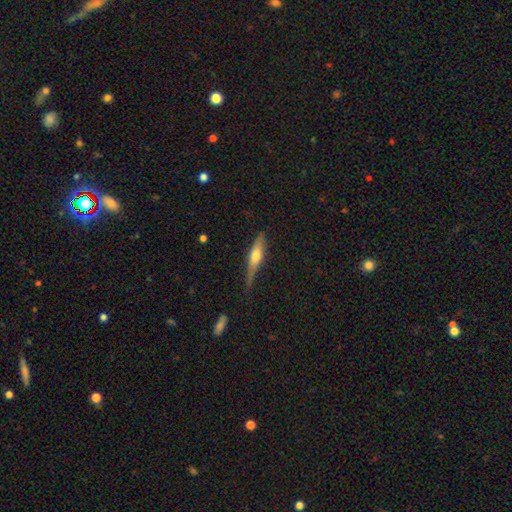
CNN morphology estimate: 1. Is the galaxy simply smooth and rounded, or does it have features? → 48% smooth, 46% featured or disk, 6% star or artifact.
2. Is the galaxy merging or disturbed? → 59% none, 30% minor disturbance, 8% major disturbance, 2% merger.